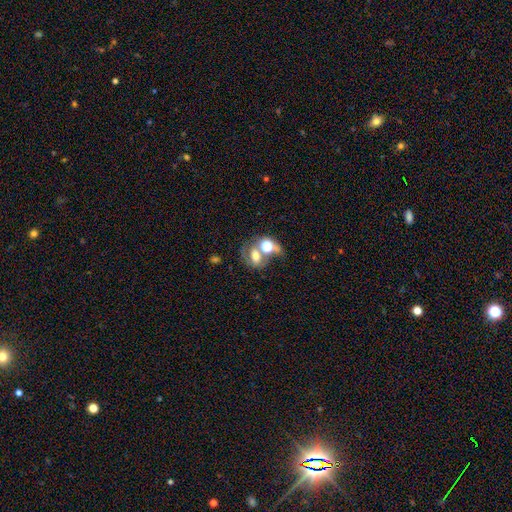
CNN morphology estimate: Q: Smooth or featured?
A: featured or disk (45%); runner-up: smooth (40%)
Q: Merging?
A: merger (45%); runner-up: none (30%)